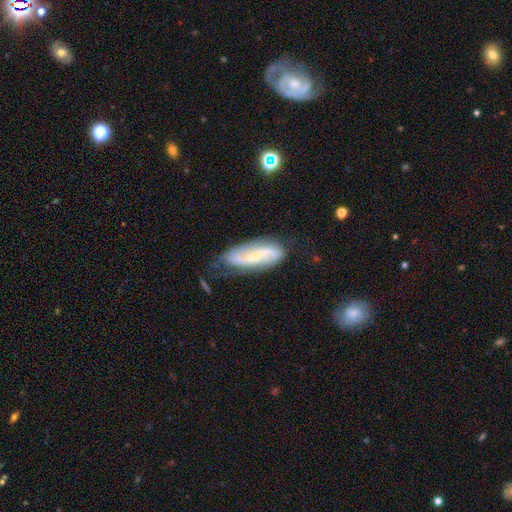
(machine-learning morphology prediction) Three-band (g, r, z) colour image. It shows a featured or disk galaxy (79%) with a weak bar (39%), 2 (89%) loose (59%) spiral arms (93%) and a small central bulge (65%). Merging: none (69%).